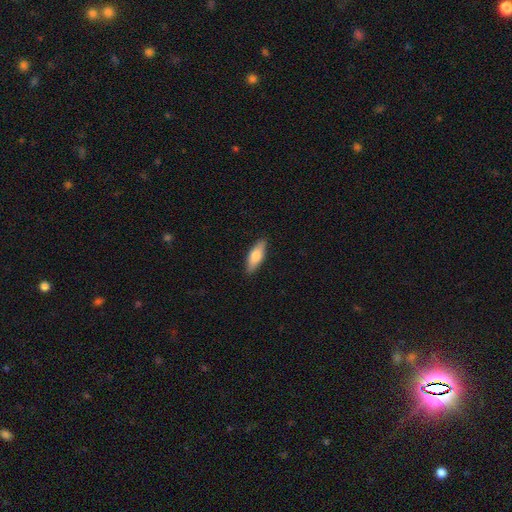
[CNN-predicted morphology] Smooth or featured?
  - smooth: 72% *
  - featured or disk: 22%
  - star or artifact: 5%
How rounded?
  - in between: 64% *
  - cigar-shaped: 34%
  - round: 2%
Merging?
  - none: 88% *
  - minor disturbance: 10%
  - major disturbance: 2%
  - merger: 1%